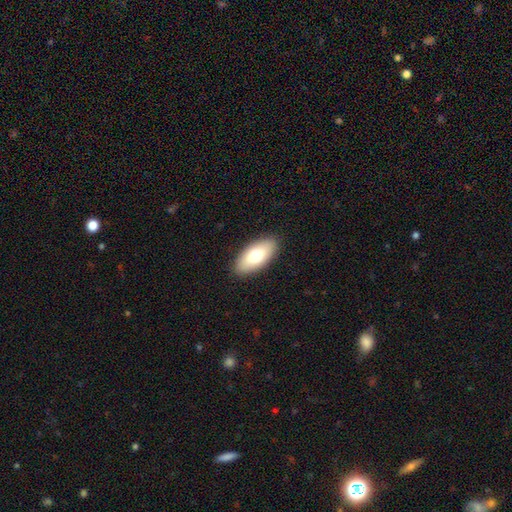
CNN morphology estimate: smooth 74%, featured or disk 20%, star or artifact 6%. Down the decision tree: how rounded — in between (90%); merging — none (89%).